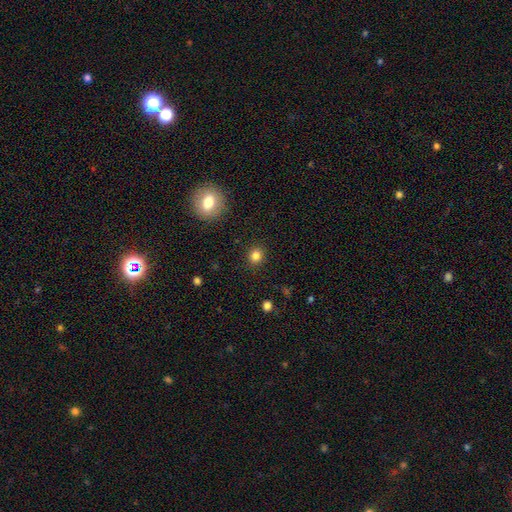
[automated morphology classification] Smooth or featured?
  - smooth: 82% *
  - star or artifact: 13%
  - featured or disk: 5%
How rounded?
  - round: 78% *
  - in between: 21%
  - cigar-shaped: 1%
Merging?
  - none: 90% *
  - minor disturbance: 7%
  - major disturbance: 2%
  - merger: 1%